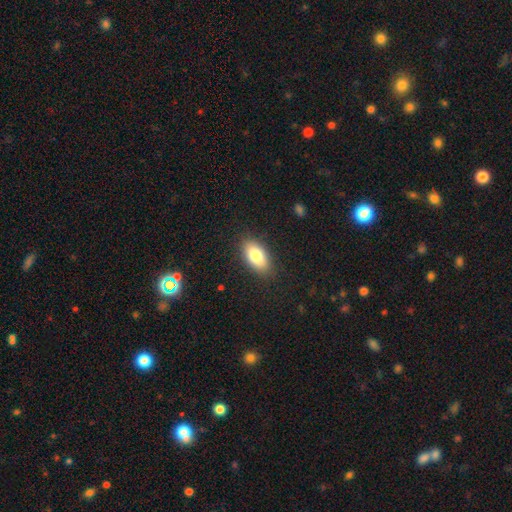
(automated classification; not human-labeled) smooth 81%, featured or disk 11%, star or artifact 7%. Down the decision tree: how rounded — in between (92%); merging — none (87%).